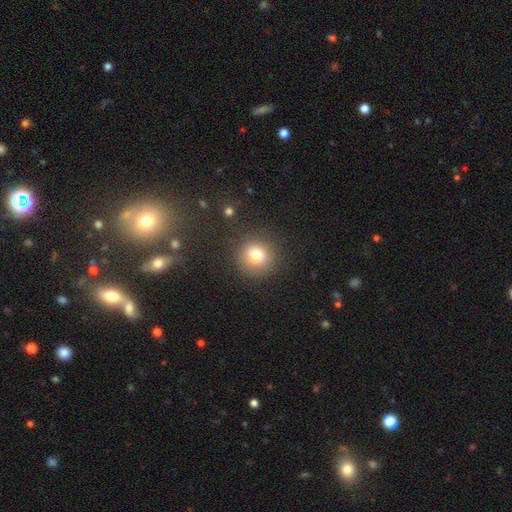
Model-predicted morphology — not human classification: smooth_or_featured: smooth (p=0.77) [alt: star or artifact p=0.13]
how_rounded: round (p=0.92) [alt: in between p=0.07]
merging: none (p=0.86) [alt: minor disturbance p=0.08]